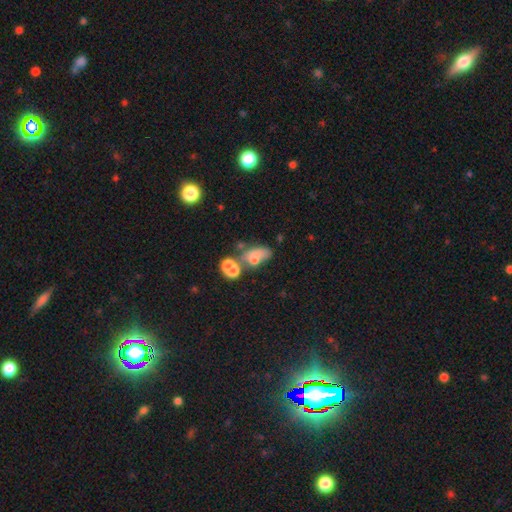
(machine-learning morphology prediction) The model was most divided on "merging": merger: 46%, none: 23%, major disturbance: 16%, minor disturbance: 15%. More confident: how rounded — in between (78%); smooth or featured — smooth (62%).